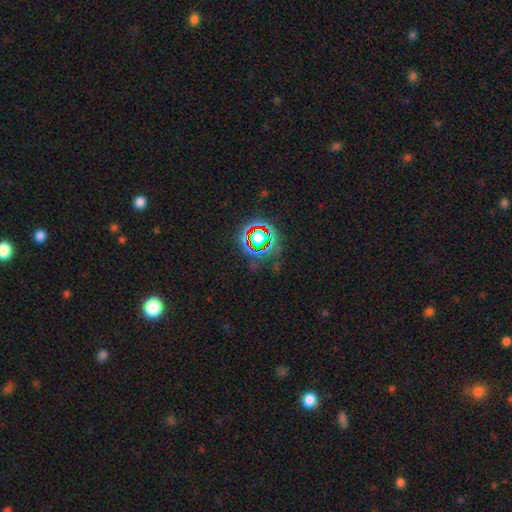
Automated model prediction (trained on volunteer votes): This is likely a star or artifact rather than a galaxy (76%).